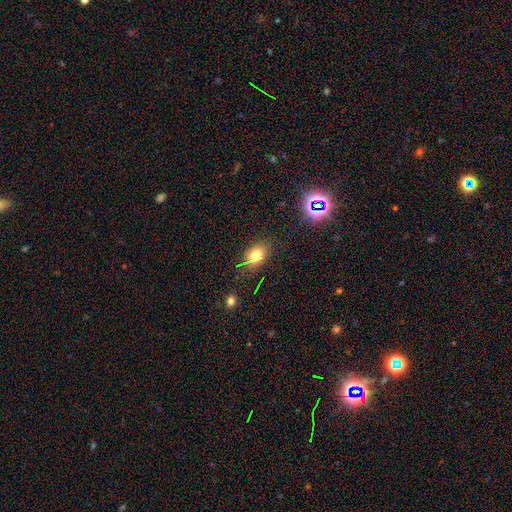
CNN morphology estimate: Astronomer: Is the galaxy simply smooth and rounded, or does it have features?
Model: smooth — 75%.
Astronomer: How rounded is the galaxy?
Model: in between — 72%.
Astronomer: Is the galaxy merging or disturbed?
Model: none — 79%.